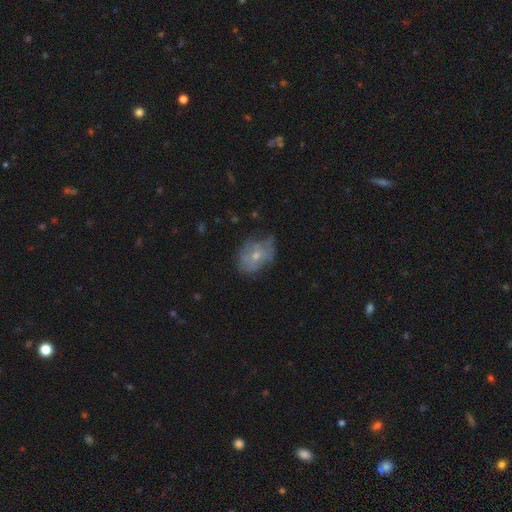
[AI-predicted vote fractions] Overall: featured or disk (48%; smooth 43%). Merging: none (50%; minor disturbance 33%).